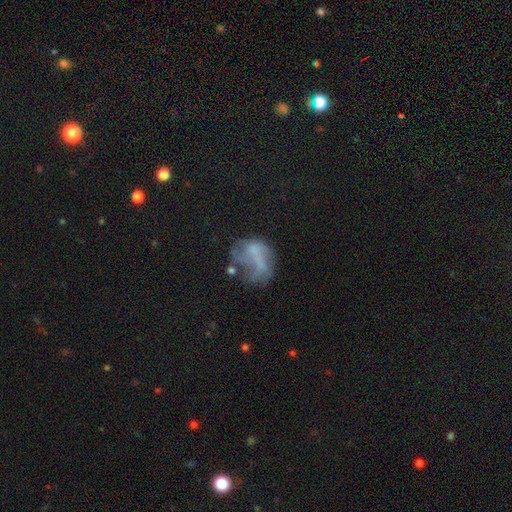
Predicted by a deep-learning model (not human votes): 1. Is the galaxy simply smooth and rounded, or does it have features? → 45% featured or disk, 39% smooth, 16% star or artifact.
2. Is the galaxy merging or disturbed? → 38% major disturbance, 31% none, 21% minor disturbance, 10% merger.